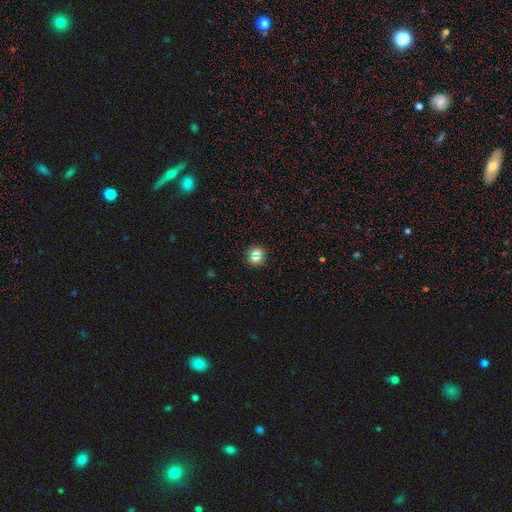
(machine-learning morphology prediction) The model was most divided on "smooth or featured": smooth: 59%, star or artifact: 32%, featured or disk: 9%. More confident: how rounded — round (91%); merging — none (87%).